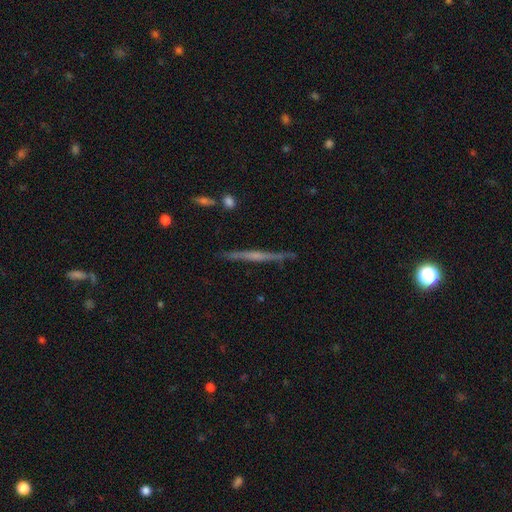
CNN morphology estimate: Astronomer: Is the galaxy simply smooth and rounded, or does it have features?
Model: featured or disk — 70%.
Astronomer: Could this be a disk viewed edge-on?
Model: yes — 98%.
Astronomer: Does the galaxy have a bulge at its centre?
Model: none — 50% (runner-up: rounded, 39%).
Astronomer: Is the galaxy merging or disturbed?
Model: none — 89%.